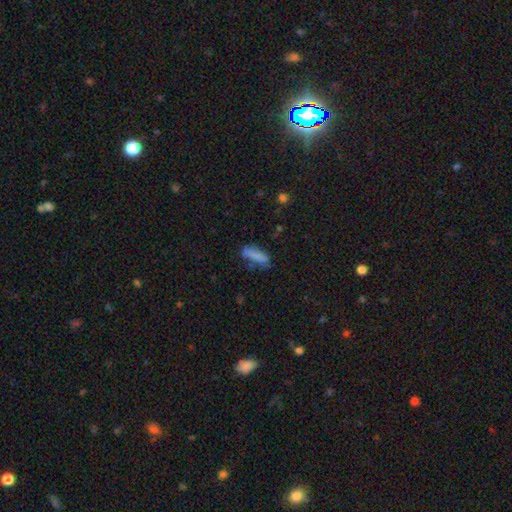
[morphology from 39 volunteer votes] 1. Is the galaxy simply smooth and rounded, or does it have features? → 72% smooth, 21% featured or disk, 8% star or artifact.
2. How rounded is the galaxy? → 86% in between, 14% cigar-shaped, 0% round.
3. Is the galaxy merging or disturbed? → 56% none, 25% minor disturbance, 19% major disturbance, 0% merger.